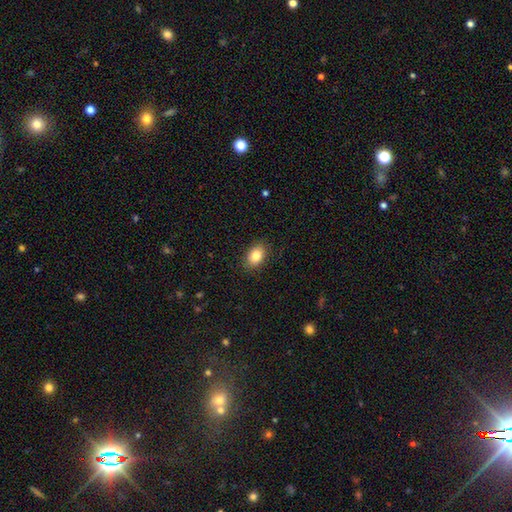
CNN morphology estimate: Smooth or featured?
  - smooth: 84% *
  - star or artifact: 8%
  - featured or disk: 8%
How rounded?
  - in between: 82% *
  - round: 17%
  - cigar-shaped: 1%
Merging?
  - none: 88% *
  - minor disturbance: 9%
  - major disturbance: 2%
  - merger: 1%